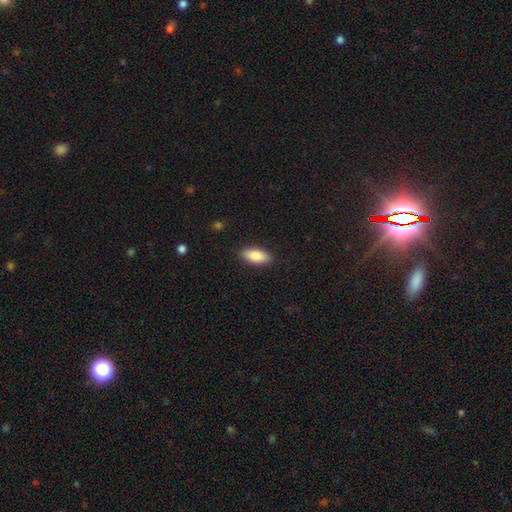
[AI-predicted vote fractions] Smooth or featured? smooth (85%)
How rounded? in between (85%)
Merging? none (89%)